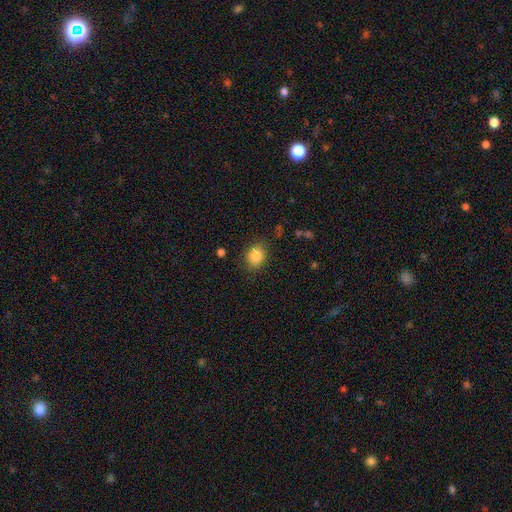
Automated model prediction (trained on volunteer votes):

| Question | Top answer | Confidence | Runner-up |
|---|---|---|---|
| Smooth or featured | smooth | 85% | star or artifact (10%) |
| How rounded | in between | 51% | round (48%) |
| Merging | none | 81% | minor disturbance (14%) |